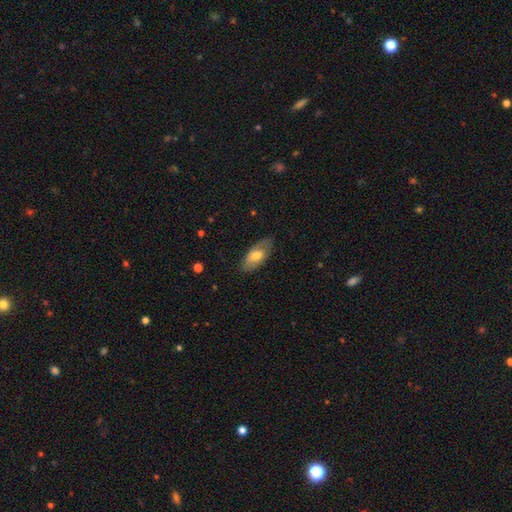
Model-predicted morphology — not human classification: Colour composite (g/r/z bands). It shows a smooth galaxy with no disk features (62%) that is in between round and cigar-shaped (89%). Merging: none (73%).